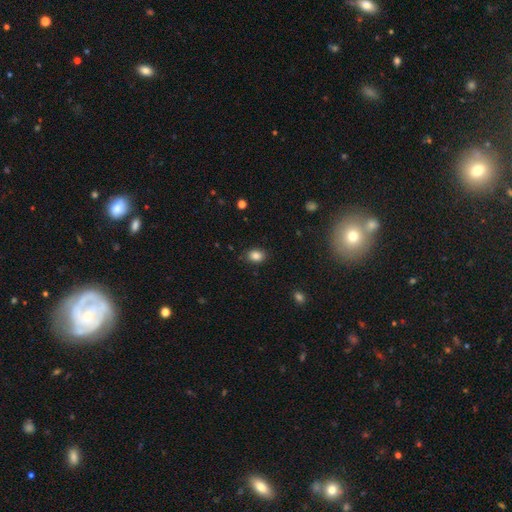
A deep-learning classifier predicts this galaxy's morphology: Q: Smooth or featured?
A: smooth (85%); runner-up: star or artifact (10%)
Q: How rounded?
A: in between (62%); runner-up: round (37%)
Q: Merging?
A: none (85%); runner-up: minor disturbance (11%)